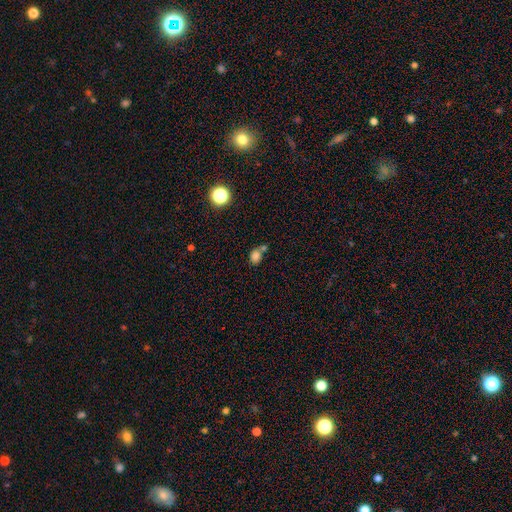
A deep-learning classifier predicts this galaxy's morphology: Overall: smooth (79%). How rounded: in between (50%; round 49%). Merging: none (42%; merger 39%).